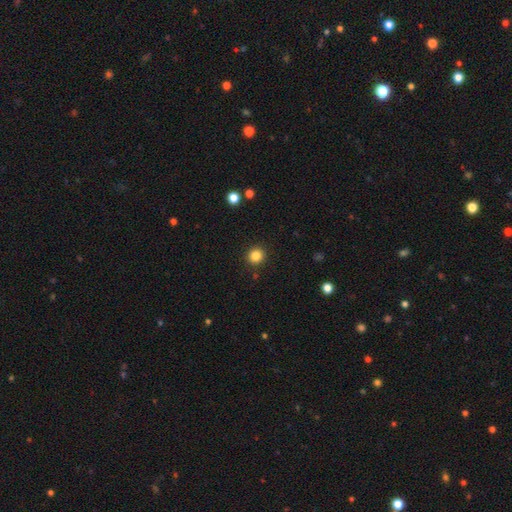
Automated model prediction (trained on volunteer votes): Smooth or featured? Predicted: smooth (p=0.84). How rounded? Predicted: round (p=0.93). Merging? Predicted: none (p=0.91).